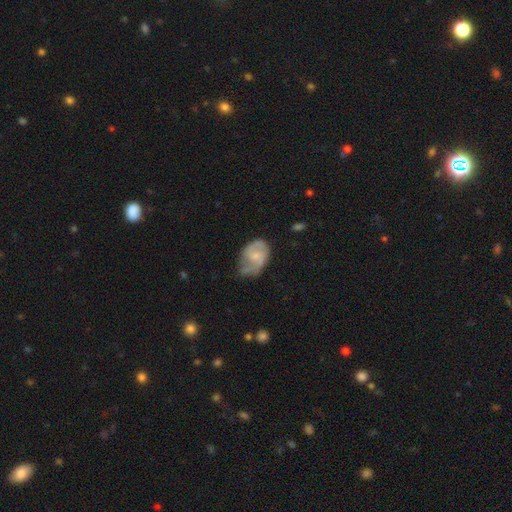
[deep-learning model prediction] smooth-or-featured: featured or disk: 63% | smooth: 31% | star or artifact: 6%
  disk-edge-on: no: 97% | yes: 3%
    bar: no: 54% | weak: 41% | strong: 6%
    has-spiral-arms: yes: 86% | no: 14%
      spiral-winding: medium: 47% | tight: 27% | loose: 26%
      spiral-arm-count: 2: 69% | can't tell: 15% | 1: 9% | 3: 4% | 4: 1% | more than 4: 1%
    bulge-size: small: 52% | moderate: 31% | none: 13% | large: 2% | dominant: 1%
  merging: none: 47% | minor disturbance: 35% | major disturbance: 15% | merger: 3%